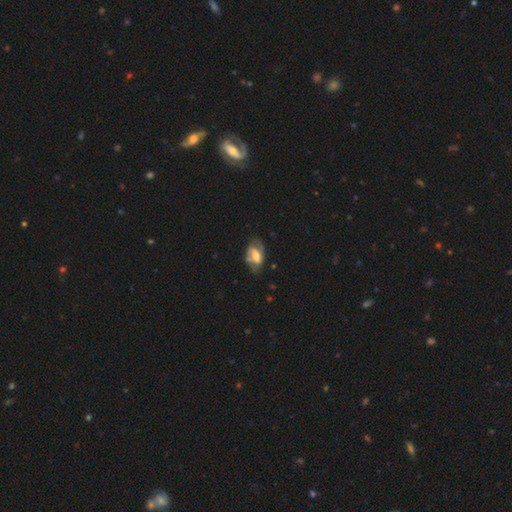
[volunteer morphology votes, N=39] Q: Smooth or featured?
A: featured or disk (56%); runner-up: smooth (38%)
Q: Edge-on disk?
A: no (100%)
Q: Bar?
A: weak (55%); runner-up: strong (27%)
Q: Spiral arms?
A: yes (86%); runner-up: no (14%)
Q: Spiral winding?
A: medium (63%); runner-up: loose (21%)
Q: Spiral arm count?
A: 2 (79%); runner-up: can't tell (11%)
Q: Bulge size?
A: moderate (64%); runner-up: small (23%)
Q: Merging?
A: none (54%); runner-up: minor disturbance (41%)